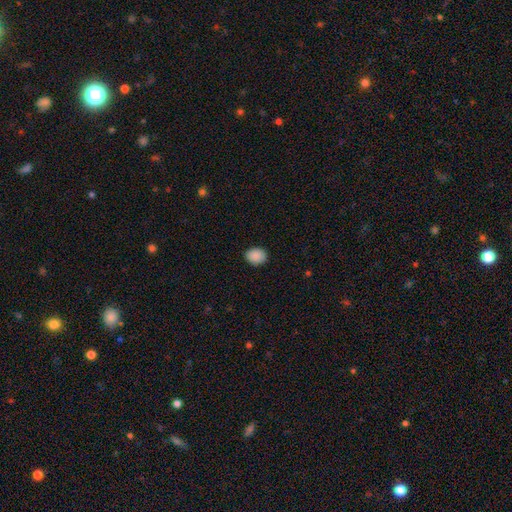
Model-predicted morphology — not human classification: Overall: smooth (90%). How rounded: in between (50%, tied with round). Merging: none (88%).